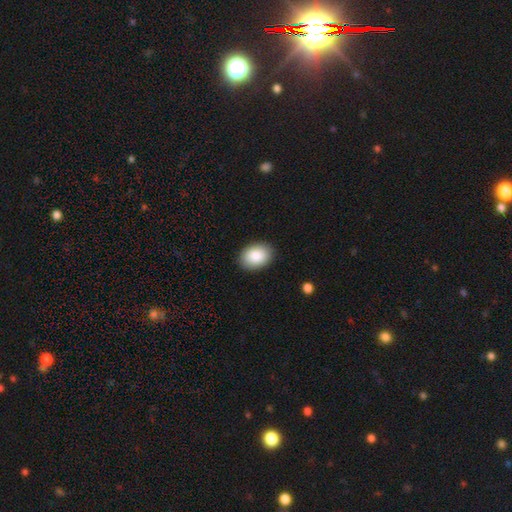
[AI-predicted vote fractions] The model was most divided on "how rounded": in between: 78%, round: 21%, cigar-shaped: 1%. More confident: merging — none (89%); smooth or featured — smooth (87%).